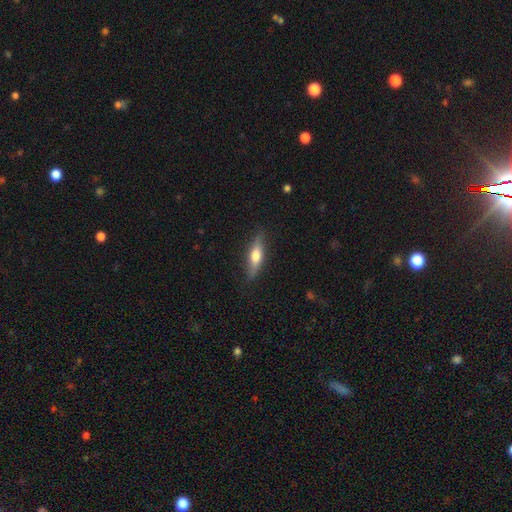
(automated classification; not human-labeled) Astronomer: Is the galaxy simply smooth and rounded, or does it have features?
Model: smooth — 55% (runner-up: featured or disk, 39%).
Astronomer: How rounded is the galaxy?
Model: cigar-shaped — 62%.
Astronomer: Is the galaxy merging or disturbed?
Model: none — 85%.